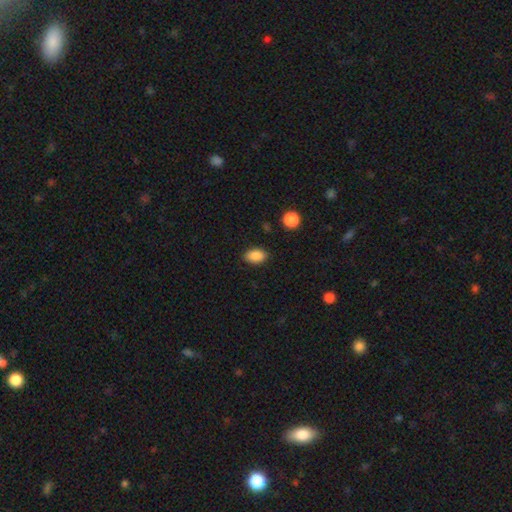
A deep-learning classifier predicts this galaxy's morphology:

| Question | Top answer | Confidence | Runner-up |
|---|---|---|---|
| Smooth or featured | smooth | 88% | star or artifact (8%) |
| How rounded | in between | 88% | round (11%) |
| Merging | none | 87% | minor disturbance (10%) |